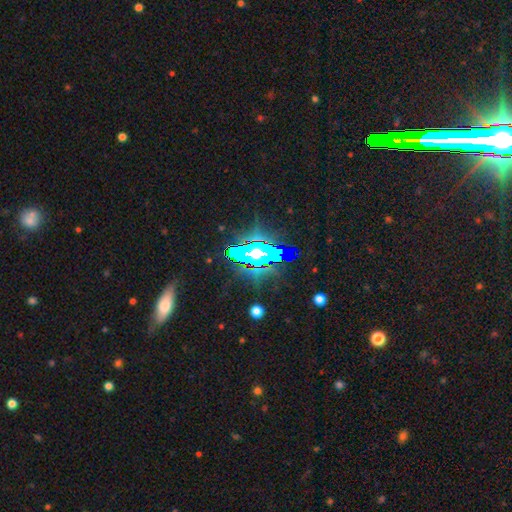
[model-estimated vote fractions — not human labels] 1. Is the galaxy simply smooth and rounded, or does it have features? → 71% star or artifact, 16% featured or disk, 13% smooth.